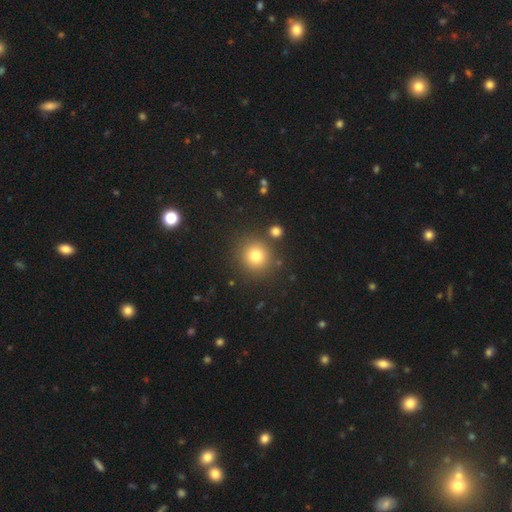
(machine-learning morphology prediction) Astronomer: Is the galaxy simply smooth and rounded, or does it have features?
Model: smooth — 79%.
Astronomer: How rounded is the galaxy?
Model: round — 90%.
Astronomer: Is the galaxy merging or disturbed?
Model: none — 84%.